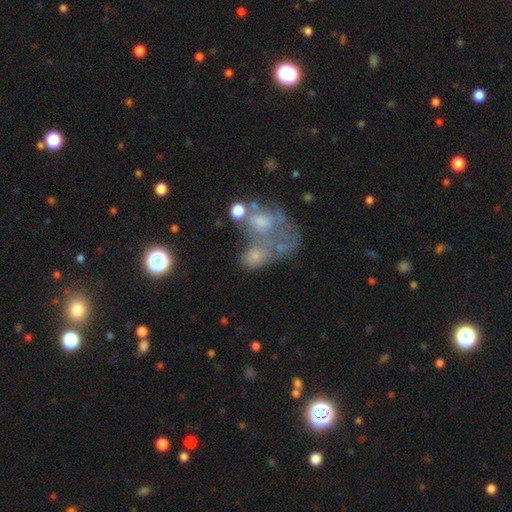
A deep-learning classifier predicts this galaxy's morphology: Smooth or featured: smooth — 50% (featured or disk — 34%)
How rounded: in between — 71% (round — 26%)
Merging: merger — 53% (major disturbance — 21%)